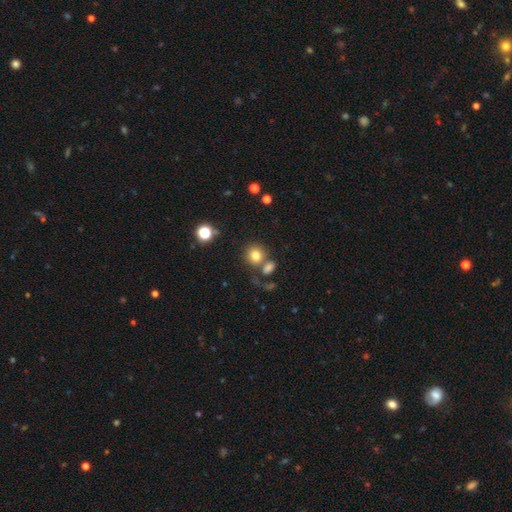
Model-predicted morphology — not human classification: smooth_or_featured: smooth (p=0.79) [alt: star or artifact p=0.12]
how_rounded: round (p=0.82) [alt: in between p=0.17]
merging: none (p=0.60) [alt: merger p=0.24]